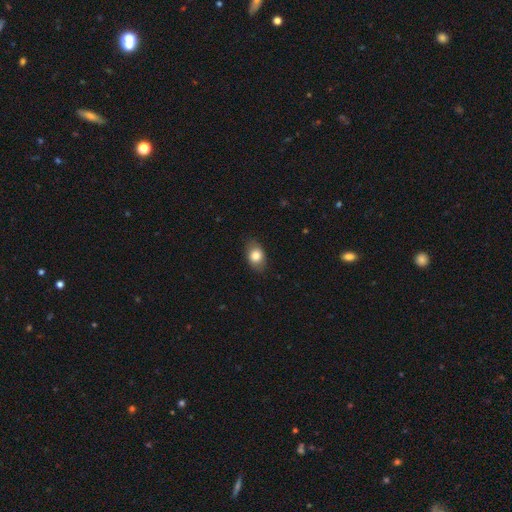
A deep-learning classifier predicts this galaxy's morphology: Q: Smooth or featured?
A: smooth (81%); runner-up: featured or disk (11%)
Q: How rounded?
A: in between (77%); runner-up: round (22%)
Q: Merging?
A: none (82%); runner-up: minor disturbance (14%)